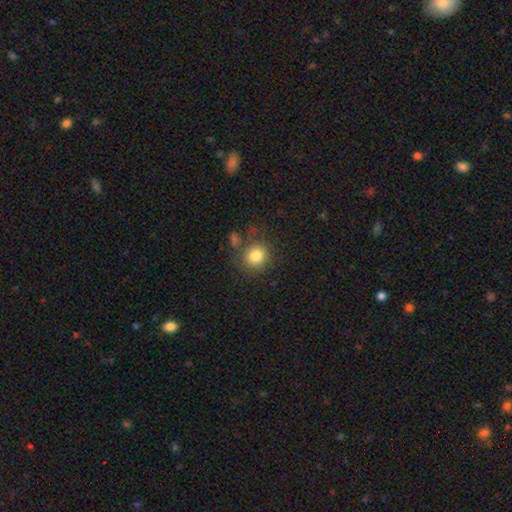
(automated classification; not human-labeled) smooth-or-featured: smooth: 83% | star or artifact: 11% | featured or disk: 7%
  how-rounded: round: 83% | in between: 17% | cigar-shaped: 1%
  merging: none: 74% | minor disturbance: 13% | merger: 8% | major disturbance: 5%